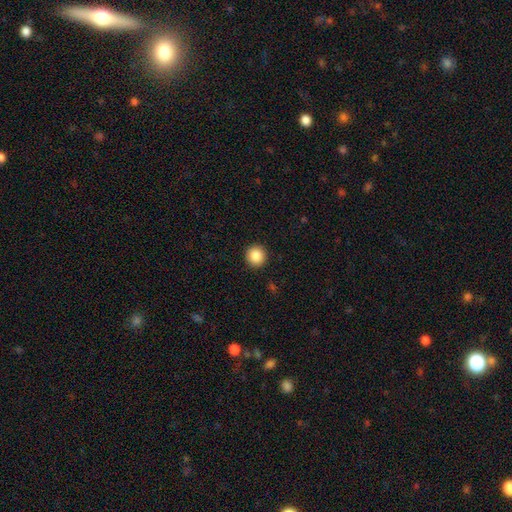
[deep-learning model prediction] Smooth or featured? Predicted: smooth (p=0.86). How rounded? Predicted: round (p=0.94). Merging? Predicted: none (p=0.93).